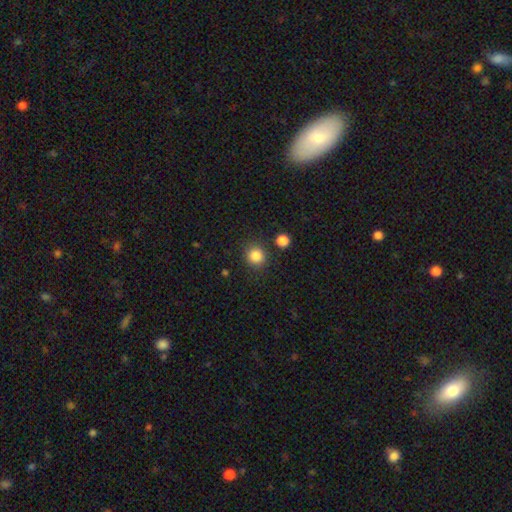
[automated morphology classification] type=smooth (85%); roundness=round (91%); merging=none (86%).